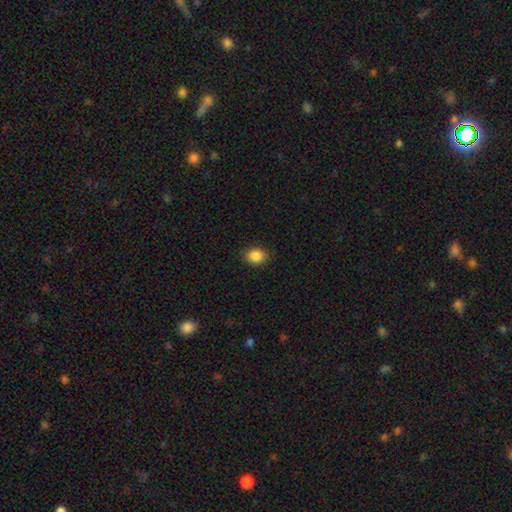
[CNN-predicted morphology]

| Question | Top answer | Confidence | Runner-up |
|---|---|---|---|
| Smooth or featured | smooth | 88% | star or artifact (9%) |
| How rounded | round | 50% | in between (49%) |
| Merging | none | 88% | minor disturbance (9%) |